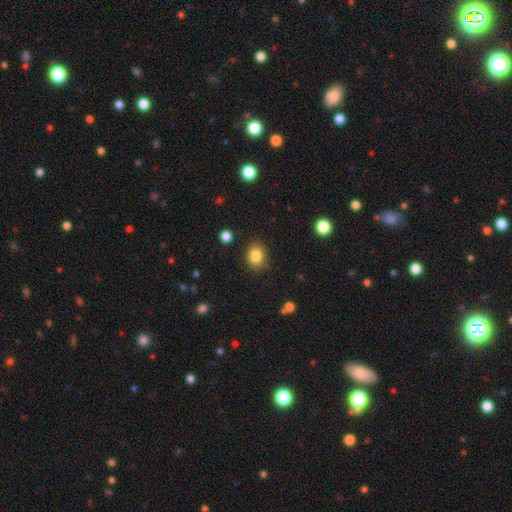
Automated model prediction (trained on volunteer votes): This is clearly a smooth galaxy (85%). How rounded: possibly round (57%). Merging: clearly none (85%).